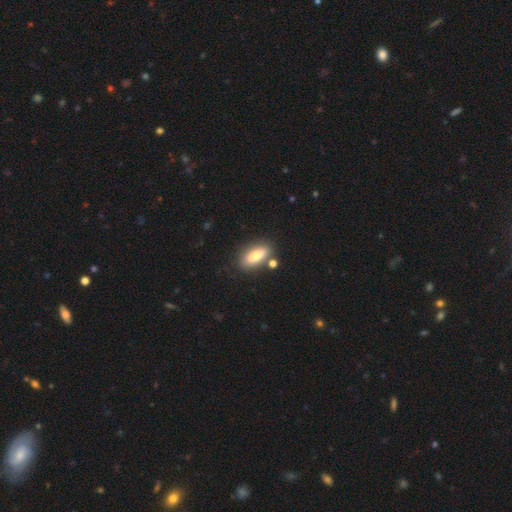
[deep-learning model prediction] Overall: smooth (71%). How rounded: in between (76%). Merging: none (77%).